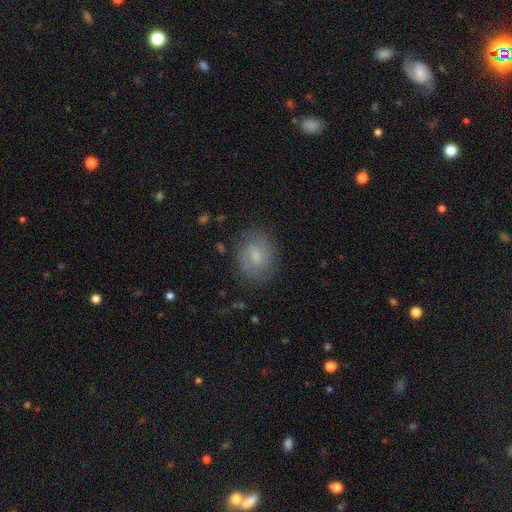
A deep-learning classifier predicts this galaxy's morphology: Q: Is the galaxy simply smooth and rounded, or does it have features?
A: smooth — 56%.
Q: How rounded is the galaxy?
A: round — 50%.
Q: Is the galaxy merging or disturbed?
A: none — 79%.